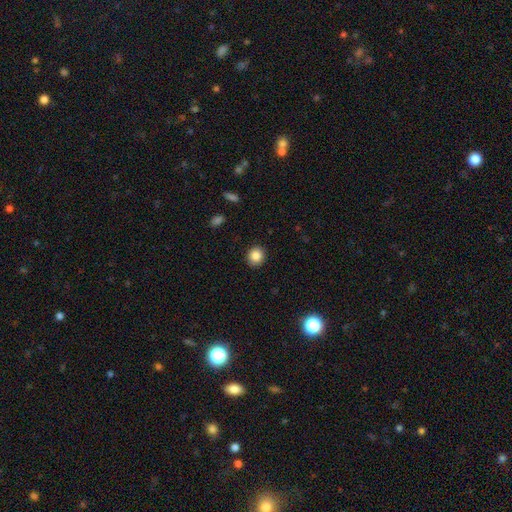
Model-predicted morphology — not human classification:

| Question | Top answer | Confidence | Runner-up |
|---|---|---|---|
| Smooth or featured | smooth | 86% | star or artifact (10%) |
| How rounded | round | 82% | in between (17%) |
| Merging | none | 91% | minor disturbance (6%) |